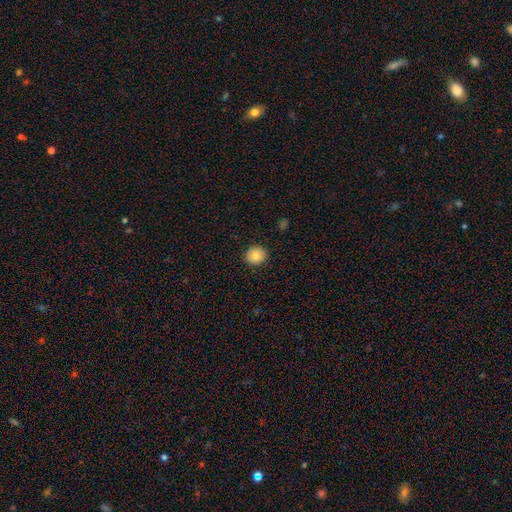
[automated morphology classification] Smooth or featured? Predicted: smooth (p=0.83). How rounded? Predicted: round (p=0.88). Merging? Predicted: none (p=0.91).